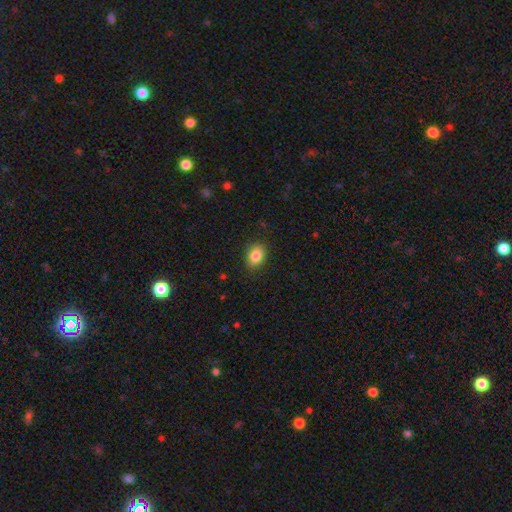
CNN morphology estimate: Overall: smooth (85%). How rounded: in between (69%; round 30%). Merging: none (85%).